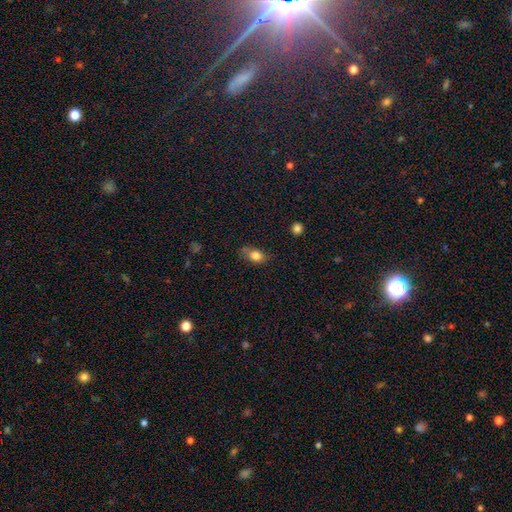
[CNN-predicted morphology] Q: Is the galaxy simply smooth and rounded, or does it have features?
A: smooth — 81%.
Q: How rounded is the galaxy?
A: in between — 76%.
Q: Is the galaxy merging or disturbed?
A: none — 65%.